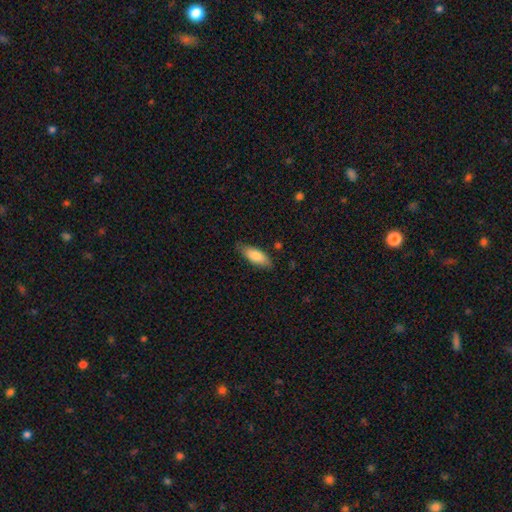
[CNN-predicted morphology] smooth 80%, featured or disk 14%, star or artifact 6%. Down the decision tree: how rounded — in between (71%); merging — none (78%).